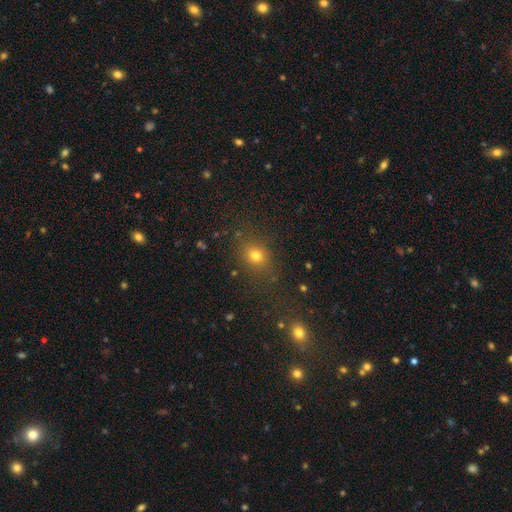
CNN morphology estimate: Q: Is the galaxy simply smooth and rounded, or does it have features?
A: smooth — 72%.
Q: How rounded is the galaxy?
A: round — 63%.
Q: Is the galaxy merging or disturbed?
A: none — 80%.